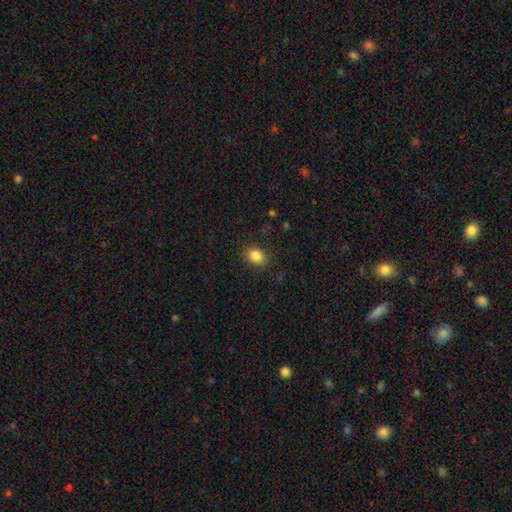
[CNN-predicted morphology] The model was most divided on "how rounded": in between: 50%, round: 49%, cigar-shaped: 1%. More confident: merging — none (86%); smooth or featured — smooth (85%).